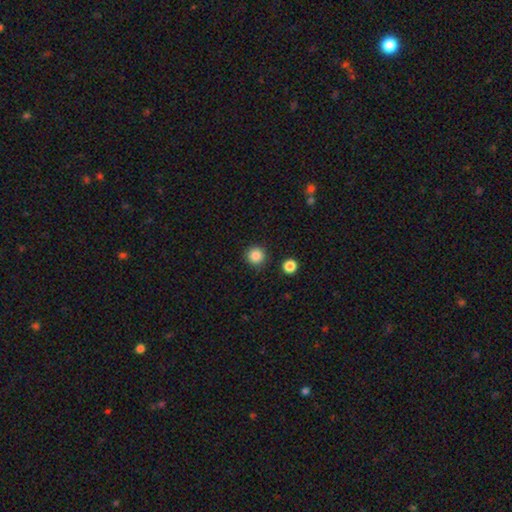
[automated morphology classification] Q: Smooth or featured?
A: smooth (86%); runner-up: star or artifact (10%)
Q: How rounded?
A: round (95%); runner-up: in between (4%)
Q: Merging?
A: none (90%); runner-up: minor disturbance (6%)